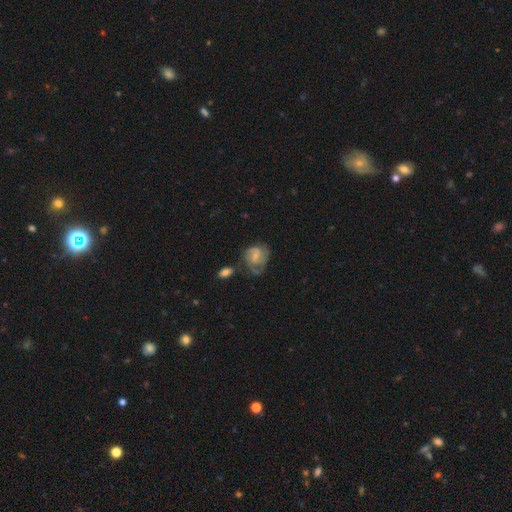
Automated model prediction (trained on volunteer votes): smooth_or_featured: featured or disk (p=0.63) [alt: smooth p=0.30]
disk_edge_on: no (p=0.97) [alt: yes p=0.03]
bar: weak (p=0.49) [alt: no p=0.40]
has_spiral_arms: yes (p=0.87) [alt: no p=0.13]
spiral_winding: medium (p=0.46) [alt: tight p=0.34]
spiral_arm_count: 2 (p=0.57) [alt: can't tell p=0.21]
bulge_size: small (p=0.55) [alt: moderate p=0.27]
merging: none (p=0.49) [alt: minor disturbance p=0.26]